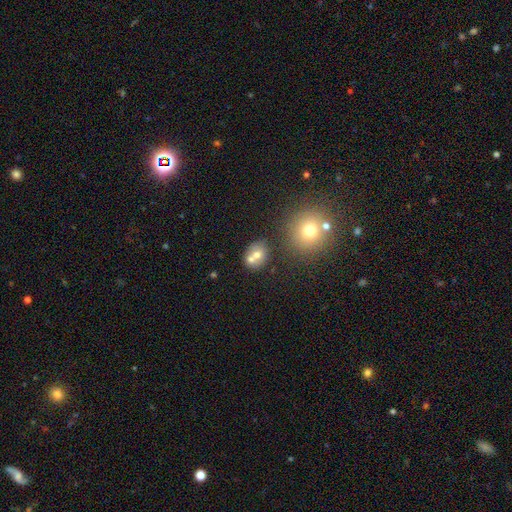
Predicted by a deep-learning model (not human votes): Morphology: type=smooth (67%); roundness=round (62%); merging=none (44%).